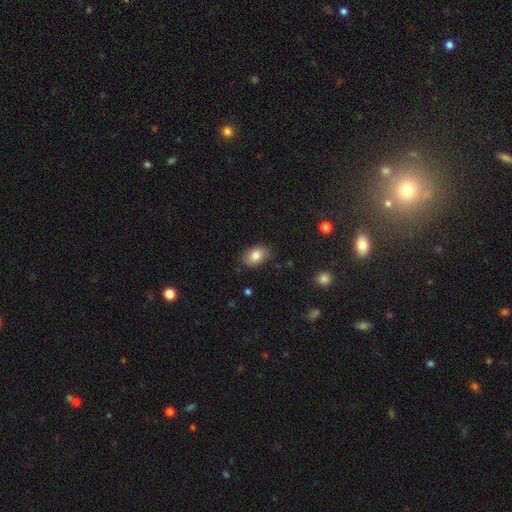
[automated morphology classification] Smooth or featured? Predicted: smooth (p=0.82). How rounded? Predicted: in between (p=0.86). Merging? Predicted: none (p=0.85).